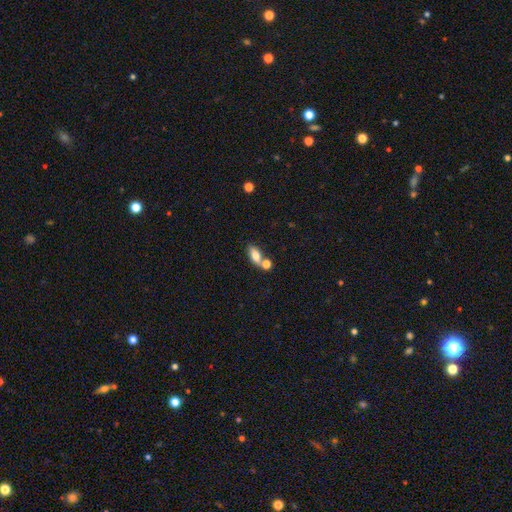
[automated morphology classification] type=smooth (75%); roundness=in between (81%); merging=none (50%).